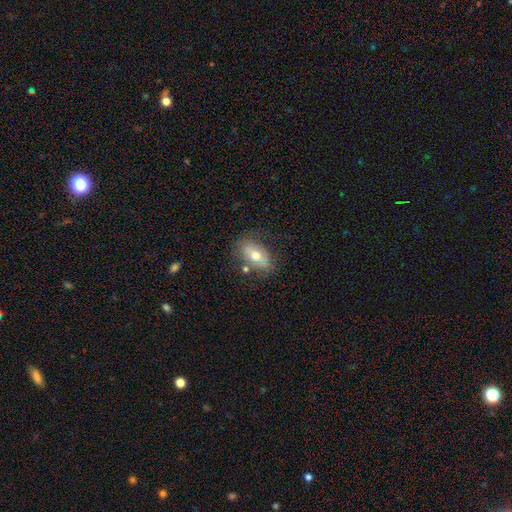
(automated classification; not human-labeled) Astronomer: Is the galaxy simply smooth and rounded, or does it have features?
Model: smooth — 60%.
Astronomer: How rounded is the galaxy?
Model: in between — 87%.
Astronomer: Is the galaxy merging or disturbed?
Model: none — 66%.